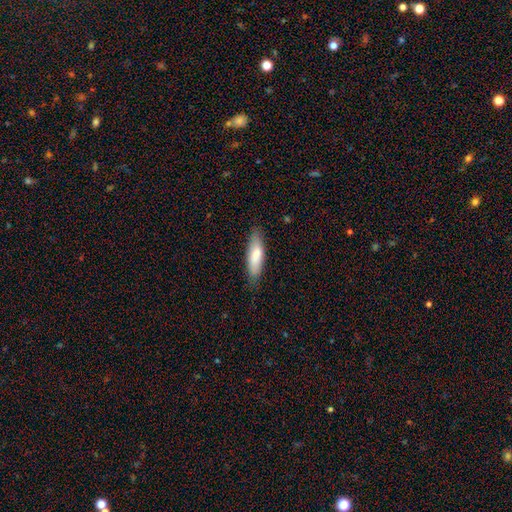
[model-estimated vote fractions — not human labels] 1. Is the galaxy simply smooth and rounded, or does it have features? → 79% smooth, 15% featured or disk, 6% star or artifact.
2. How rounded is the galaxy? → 54% cigar-shaped, 45% in between, 1% round.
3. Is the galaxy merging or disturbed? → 83% none, 14% minor disturbance, 3% major disturbance, 1% merger.